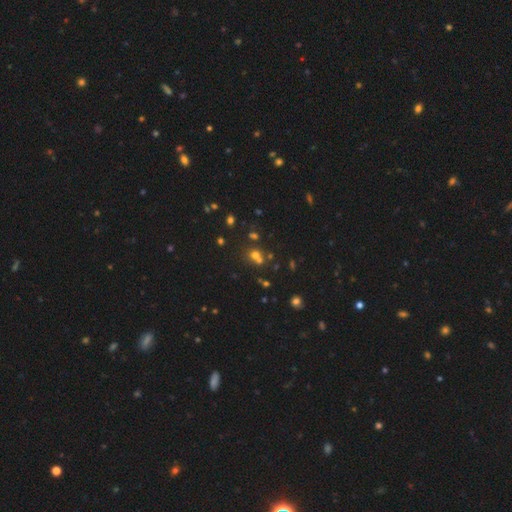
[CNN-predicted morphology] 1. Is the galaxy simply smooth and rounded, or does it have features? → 57% smooth, 31% star or artifact, 12% featured or disk.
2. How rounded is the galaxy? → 82% round, 17% in between, 1% cigar-shaped.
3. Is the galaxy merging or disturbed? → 51% none, 37% merger, 8% minor disturbance, 4% major disturbance.